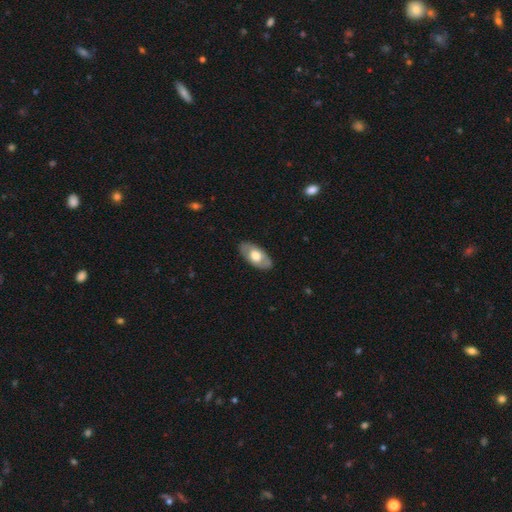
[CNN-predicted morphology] smooth-or-featured: smooth: 55% | featured or disk: 40% | star or artifact: 5%
  how-rounded: in between: 92% | round: 4% | cigar-shaped: 4%
  merging: none: 85% | minor disturbance: 12% | major disturbance: 3% | merger: 1%